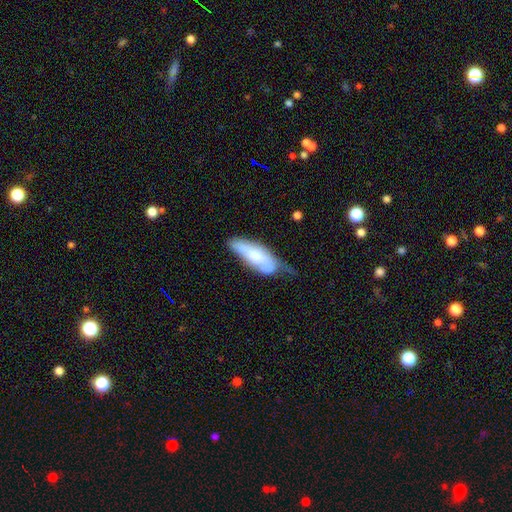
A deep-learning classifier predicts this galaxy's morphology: smooth-or-featured: smooth: 63% | featured or disk: 31% | star or artifact: 6%
  how-rounded: in between: 62% | cigar-shaped: 37% | round: 2%
  merging: minor disturbance: 43% | none: 35% | major disturbance: 18% | merger: 4%